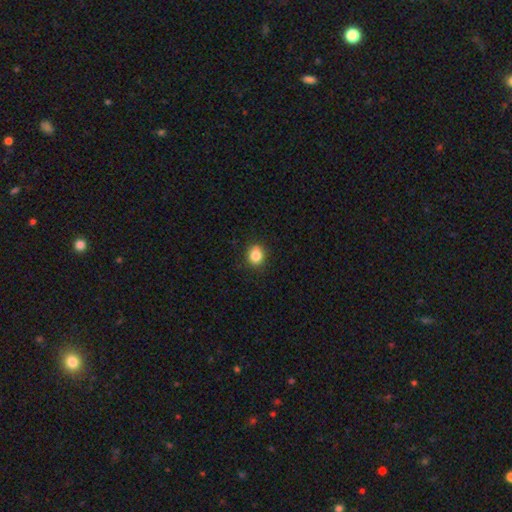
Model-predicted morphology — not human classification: Smooth or featured? smooth (85%)
How rounded? round (74%)
Merging? none (87%)